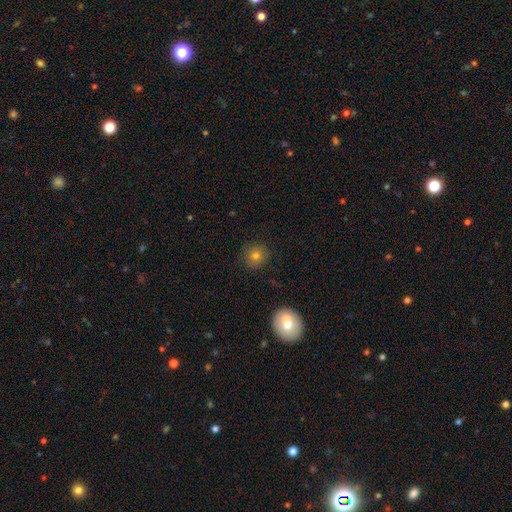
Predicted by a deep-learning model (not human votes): A smooth galaxy with no disk features (74%) that is round (92%). Merging: none (86%).